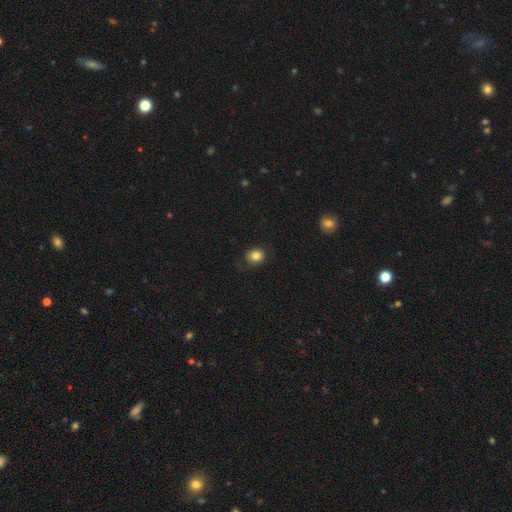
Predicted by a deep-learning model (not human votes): The model was most divided on "how rounded": round: 69%, in between: 31%, cigar-shaped: 1%. More confident: smooth or featured — smooth (83%); merging — none (82%).